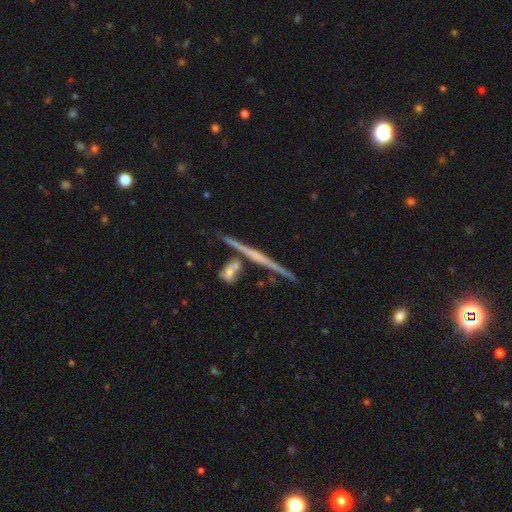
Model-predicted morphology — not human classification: This appears to be a featured or disk galaxy (74%) viewed edge-on (97%) with no central bulge (60%). Merging: none (80%).